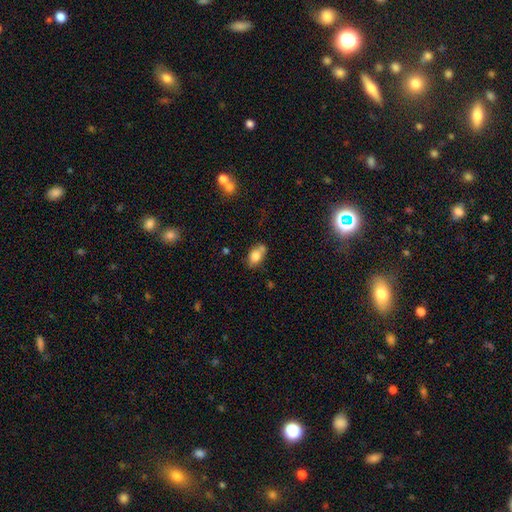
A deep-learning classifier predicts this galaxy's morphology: A smooth galaxy with no disk features (77%) that is in between round and cigar-shaped (81%).

Vote fractions:
- Smooth or featured? smooth: 77% / featured or disk: 14% / star or artifact: 9%
- How rounded? in between: 81% / round: 17% / cigar-shaped: 2%
- Merging? none: 56% / merger: 21% / minor disturbance: 18% / major disturbance: 5%